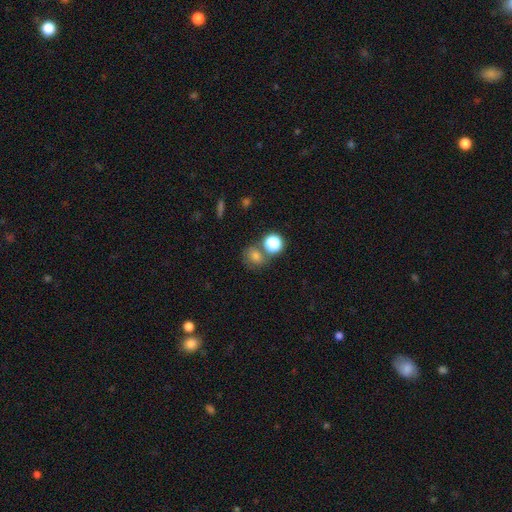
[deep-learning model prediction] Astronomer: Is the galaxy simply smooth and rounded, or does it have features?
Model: smooth — 71%.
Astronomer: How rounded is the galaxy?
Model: round — 66%.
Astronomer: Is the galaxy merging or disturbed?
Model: none — 54%.